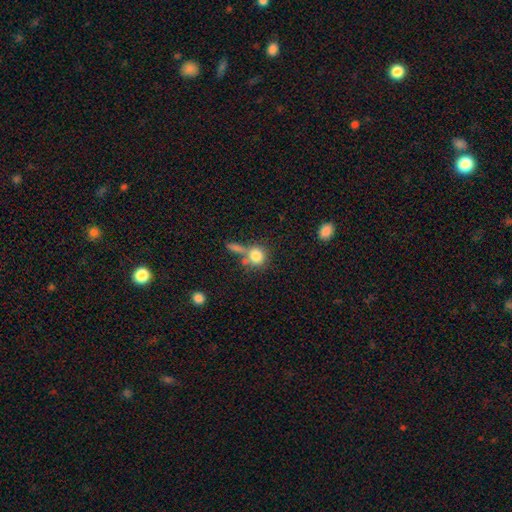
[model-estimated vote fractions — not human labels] A smooth galaxy with no disk features (80%) that is round (83%).

Vote fractions:
- Smooth or featured? smooth: 80% / featured or disk: 10% / star or artifact: 9%
- How rounded? round: 83% / in between: 15% / cigar-shaped: 2%
- Merging? none: 50% / merger: 31% / minor disturbance: 12% / major disturbance: 7%